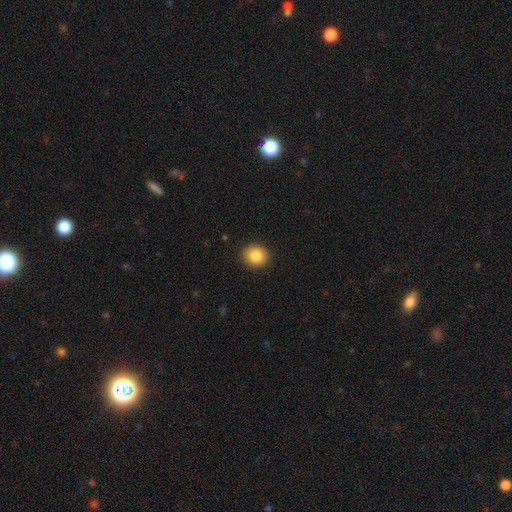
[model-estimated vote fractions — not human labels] Smooth or featured? smooth (85%)
How rounded? round (75%)
Merging? none (91%)